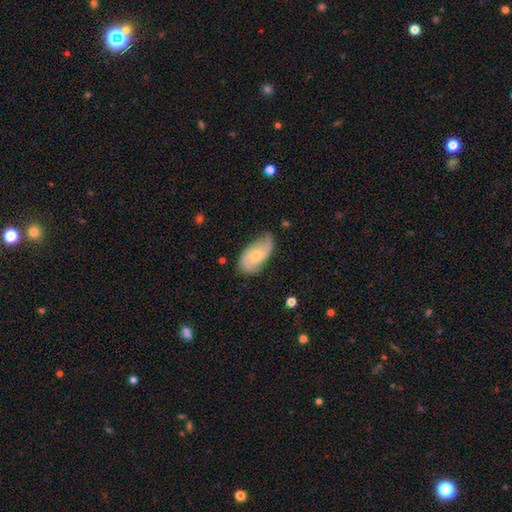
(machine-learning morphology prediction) Smooth or featured: featured or disk — 59% (smooth — 35%)
Edge-on disk: no — 95% (yes — 5%)
Bar: no — 68% (weak — 28%)
Spiral arms: yes — 88% (no — 12%)
Bulge size: small — 55% (moderate — 39%)
Merging: none — 59% (minor disturbance — 31%)